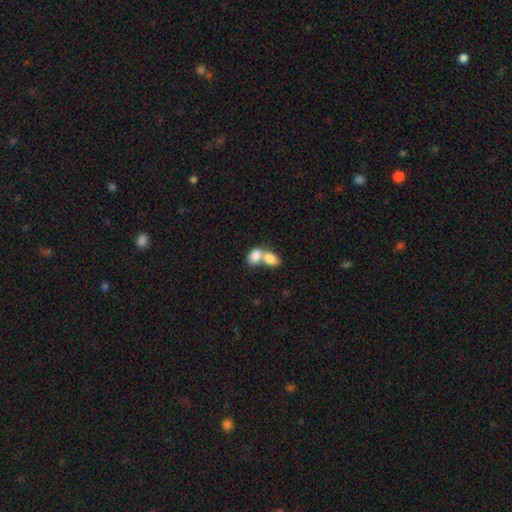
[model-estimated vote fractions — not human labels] The model was most divided on "merging": merger: 74%, none: 18%, minor disturbance: 5%, major disturbance: 3%. More confident: smooth or featured — smooth (81%); how rounded — in between (79%).